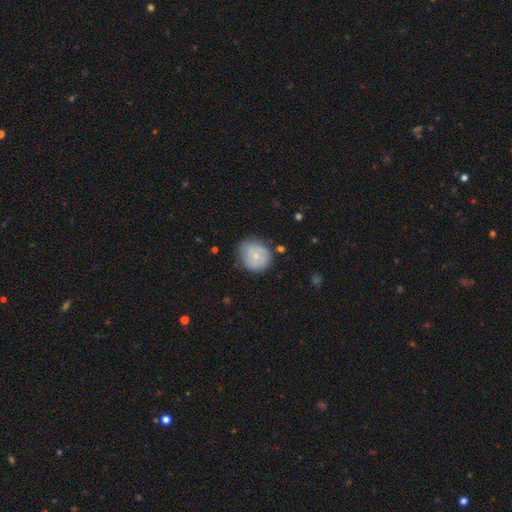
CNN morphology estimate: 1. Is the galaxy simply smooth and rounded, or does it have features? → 57% smooth, 36% featured or disk, 7% star or artifact.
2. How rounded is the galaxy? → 82% round, 17% in between, 1% cigar-shaped.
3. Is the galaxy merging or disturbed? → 71% none, 21% minor disturbance, 6% major disturbance, 2% merger.